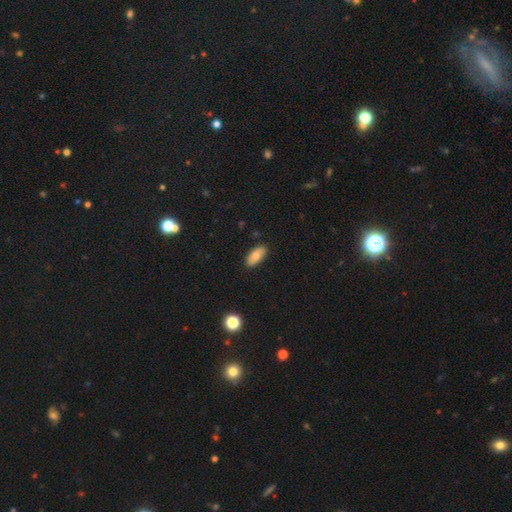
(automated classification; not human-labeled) smooth 81%, featured or disk 12%, star or artifact 7%. Down the decision tree: how rounded — in between (90%); merging — none (86%).